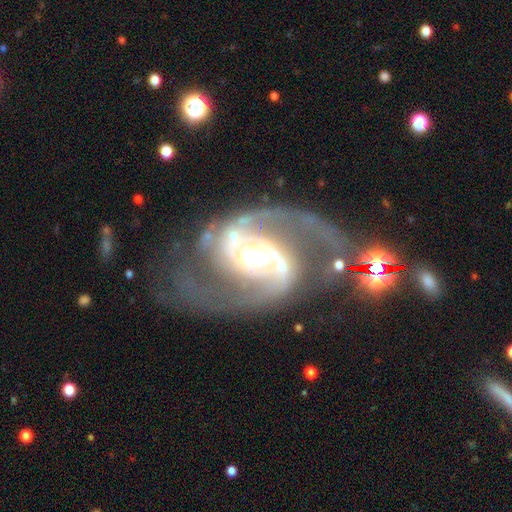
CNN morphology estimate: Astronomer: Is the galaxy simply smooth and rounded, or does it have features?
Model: featured or disk — 92%.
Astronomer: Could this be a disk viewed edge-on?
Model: no — 98%.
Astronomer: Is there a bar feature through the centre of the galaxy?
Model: weak — 38% (runner-up: no, 33%).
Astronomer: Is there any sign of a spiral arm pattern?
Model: yes — 98%.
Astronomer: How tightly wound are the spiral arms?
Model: medium — 57%.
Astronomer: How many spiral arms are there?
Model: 2 — 91%.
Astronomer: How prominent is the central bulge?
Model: moderate — 52% (runner-up: large, 35%).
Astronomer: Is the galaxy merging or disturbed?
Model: none — 57%.